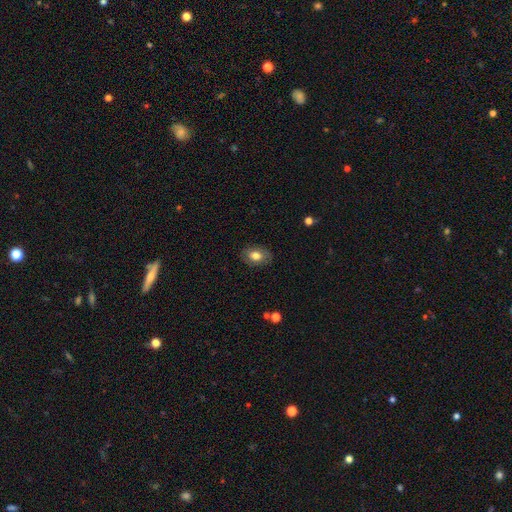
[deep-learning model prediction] smooth_or_featured: smooth (p=0.71) [alt: featured or disk p=0.21]
how_rounded: in between (p=0.81) [alt: round p=0.18]
merging: none (p=0.84) [alt: minor disturbance p=0.12]